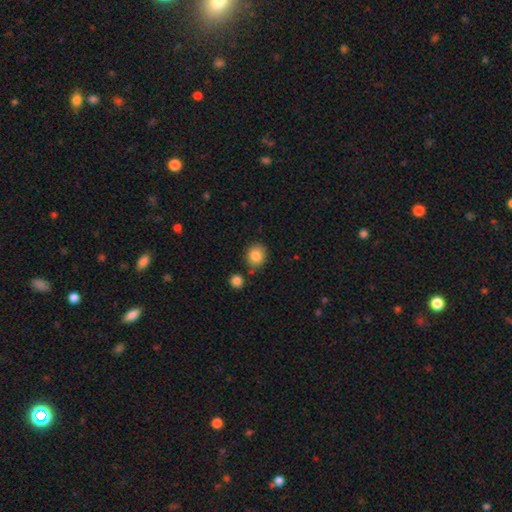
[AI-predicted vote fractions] Smooth or featured? Predicted: smooth (p=0.86). How rounded? Predicted: round (p=0.76). Merging? Predicted: none (p=0.78).